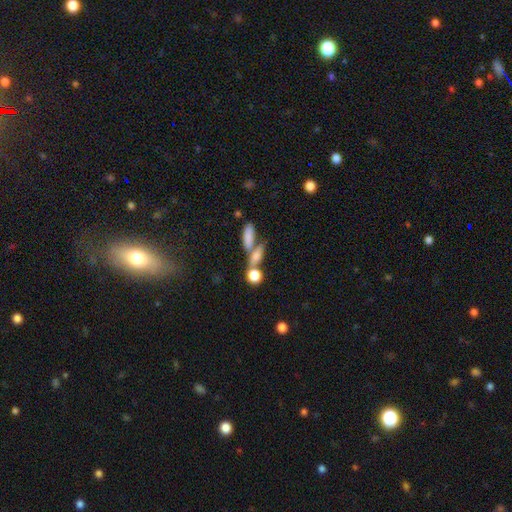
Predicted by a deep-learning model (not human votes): smooth 70%, featured or disk 18%, star or artifact 12%. Down the decision tree: how rounded — in between (44%); merging — none (44%).